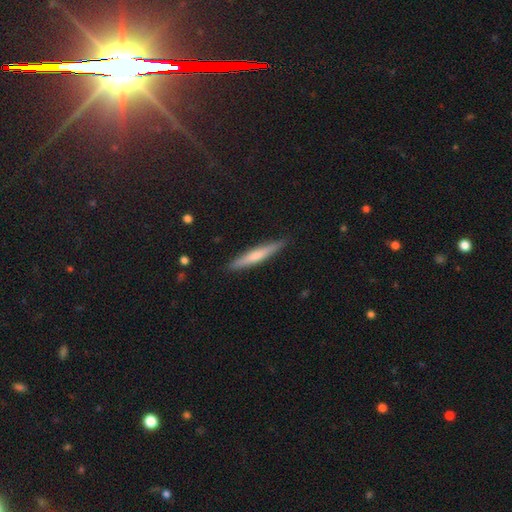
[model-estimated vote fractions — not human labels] This appears to be a smooth galaxy with no disk features (59%) that is cigar-shaped (94%). Merging: none (90%).